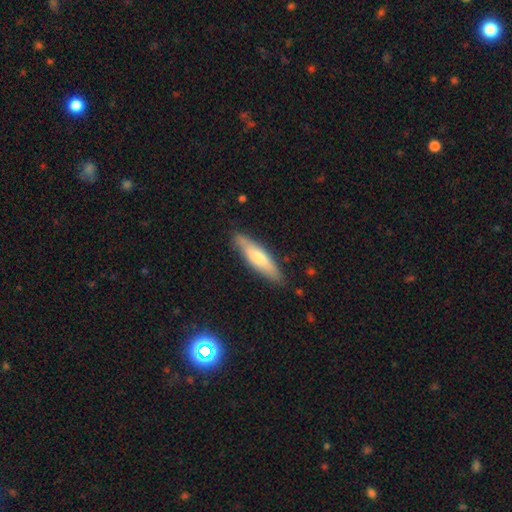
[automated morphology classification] This is likely a smooth galaxy (60%). How rounded: likely cigar-shaped (74%). Merging: clearly none (84%).